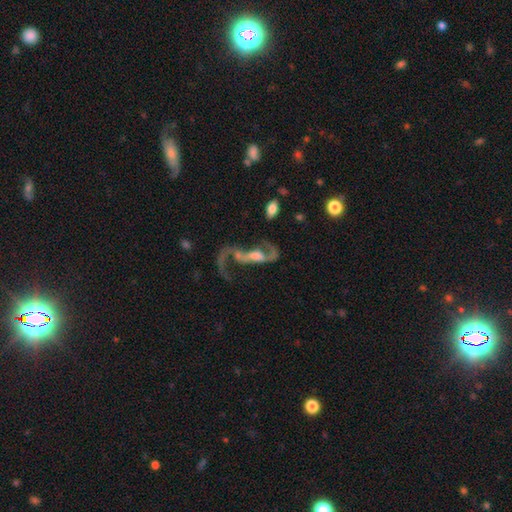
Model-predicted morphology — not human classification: Overall: featured or disk (79%). Edge-on disk: no (91%). Bar: no (43%; weak 35%). Spiral arms: yes (83%). Spiral arm count: 2 (72%). Spiral winding: loose (76%). Bulge size: moderate (37%; small 24%). Merging: major disturbance (41%; none 27%).